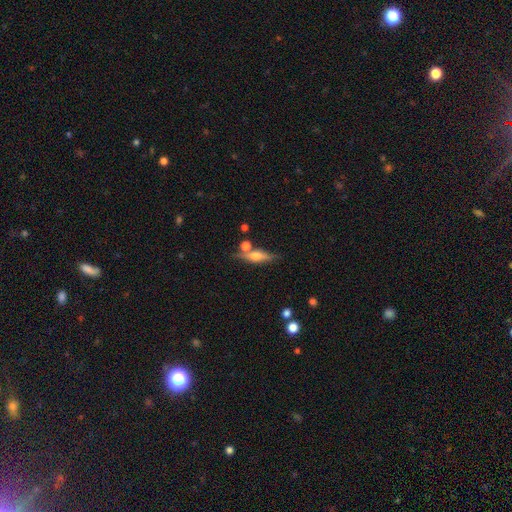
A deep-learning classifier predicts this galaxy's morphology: Smooth or featured?
  - featured or disk: 53% *
  - smooth: 38%
  - star or artifact: 9%
Edge-on disk?
  - yes: 91% *
  - no: 9%
Merging?
  - none: 68% *
  - minor disturbance: 14%
  - merger: 13%
  - major disturbance: 4%